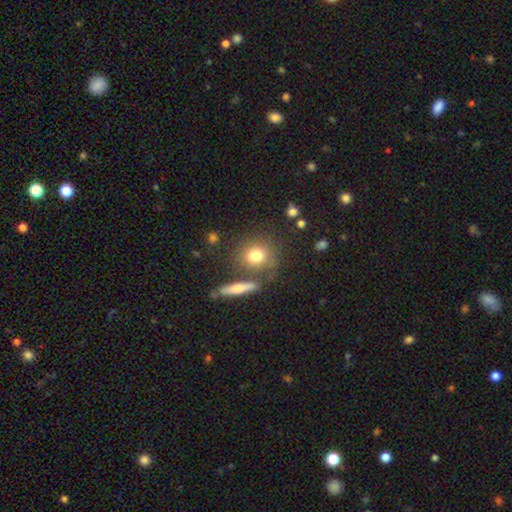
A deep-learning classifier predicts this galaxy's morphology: Overall: smooth (76%). How rounded: round (78%). Merging: none (71%).